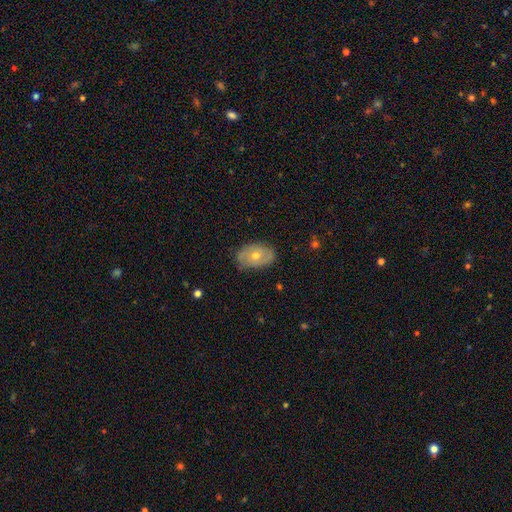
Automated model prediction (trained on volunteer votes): Smooth or featured? Predicted: featured or disk (p=0.47). Merging? Predicted: none (p=0.79).